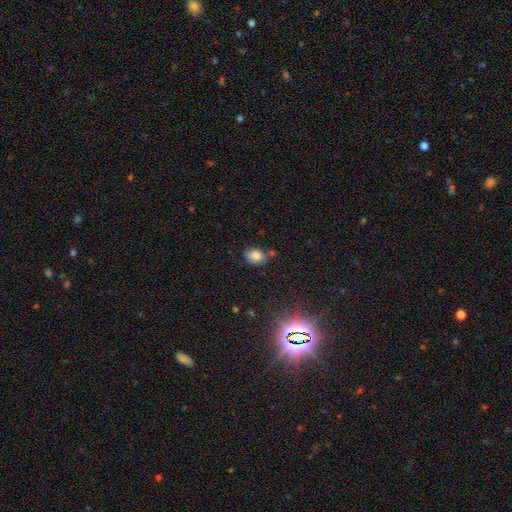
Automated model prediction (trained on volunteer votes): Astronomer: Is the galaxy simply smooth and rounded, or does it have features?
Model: smooth — 79%.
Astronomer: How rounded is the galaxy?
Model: in between — 59% (runner-up: round, 40%).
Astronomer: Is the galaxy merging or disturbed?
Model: none — 64%.